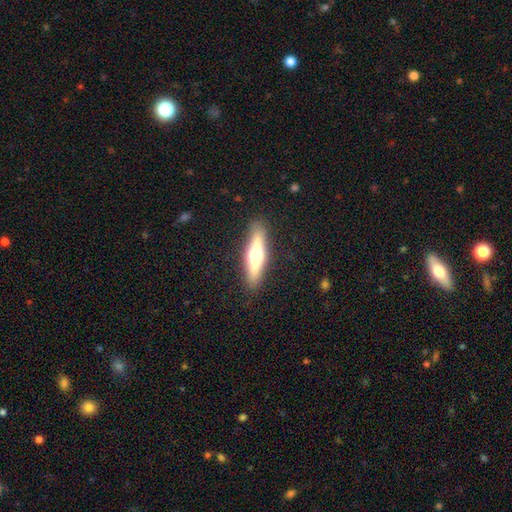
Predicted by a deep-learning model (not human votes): This appears to be a featured or disk galaxy (53%) viewed edge-on (93%). Merging: none (89%).